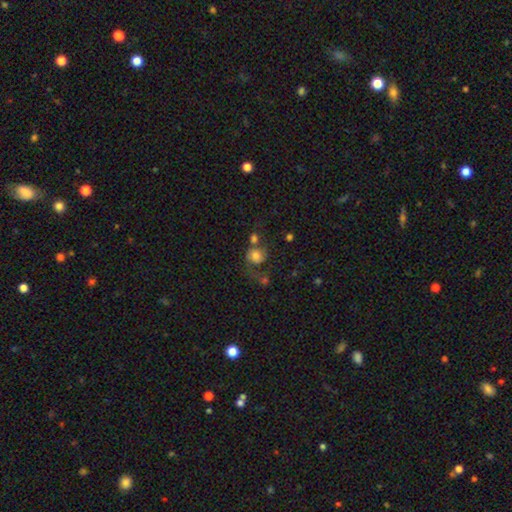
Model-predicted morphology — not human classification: smooth 54%, featured or disk 36%, star or artifact 10%. Down the decision tree: how rounded — round (74%); merging — none (33%).